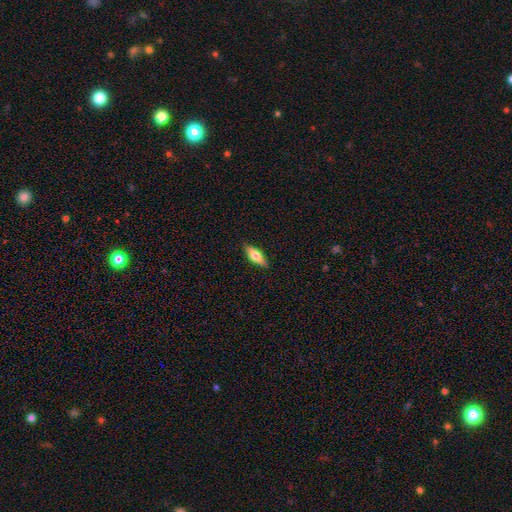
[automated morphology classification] Smooth or featured: smooth — 59% (featured or disk — 35%)
How rounded: in between — 62% (cigar-shaped — 35%)
Merging: none — 88% (minor disturbance — 9%)